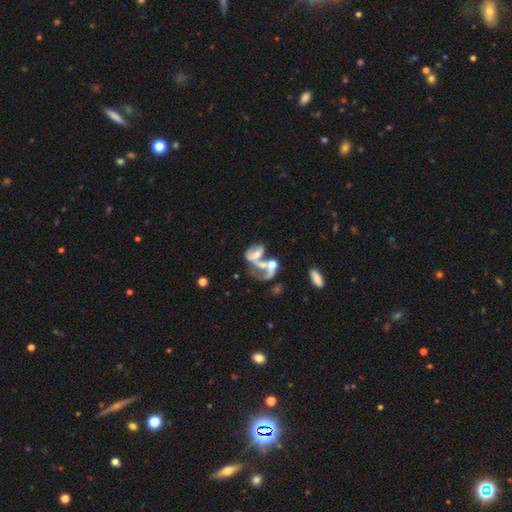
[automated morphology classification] type=featured or disk (63%); edge-on=no (95%); bar=no (52%); spiral arms=yes (61%); bulge=moderate (38%); merging=merger (58%).